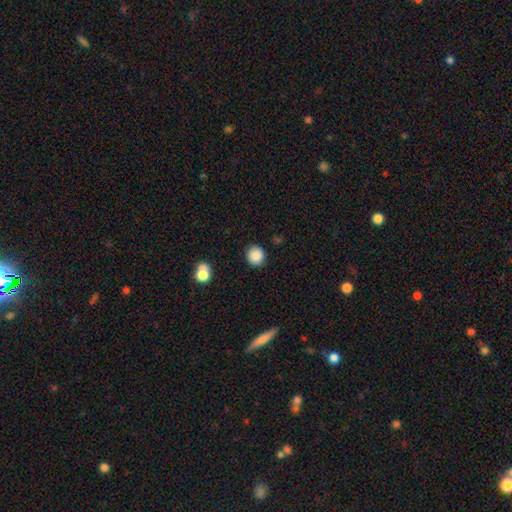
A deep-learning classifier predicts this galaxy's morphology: Q: Smooth or featured?
A: smooth (87%); runner-up: star or artifact (9%)
Q: How rounded?
A: round (88%); runner-up: in between (11%)
Q: Merging?
A: none (89%); runner-up: minor disturbance (7%)